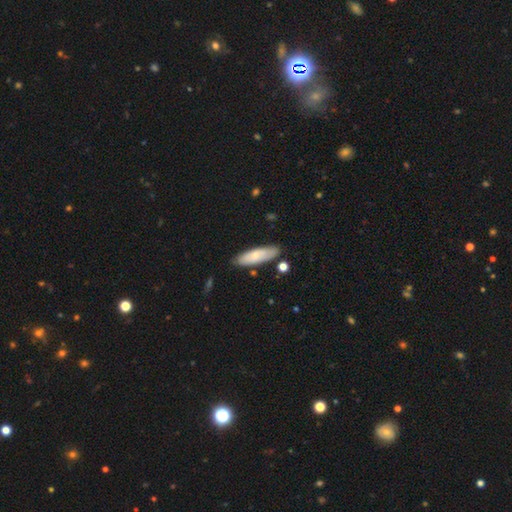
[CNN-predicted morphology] Smooth or featured?
  - smooth: 68% *
  - featured or disk: 26%
  - star or artifact: 6%
How rounded?
  - in between: 50% *
  - cigar-shaped: 49%
  - round: 2%
Merging?
  - none: 80% *
  - minor disturbance: 14%
  - merger: 3%
  - major disturbance: 2%